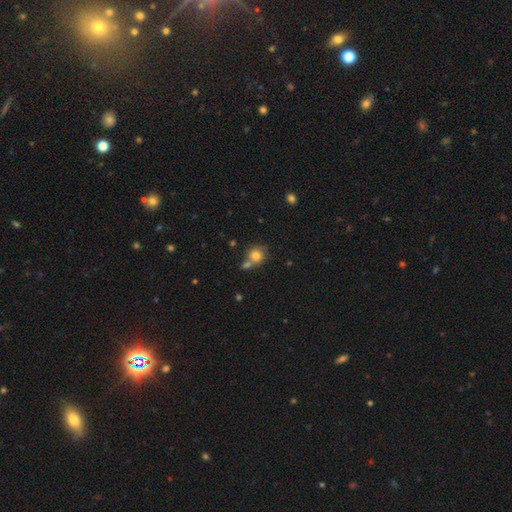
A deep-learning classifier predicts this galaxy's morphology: type=smooth (80%); roundness=round (82%); merging=none (50%).